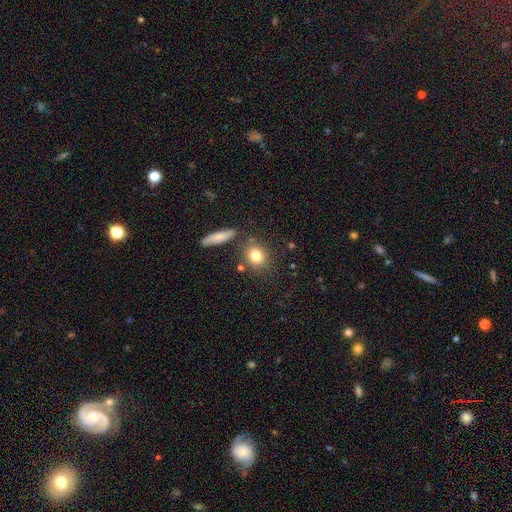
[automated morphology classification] Smooth or featured? Predicted: smooth (p=0.79). How rounded? Predicted: round (p=0.66). Merging? Predicted: none (p=0.77).